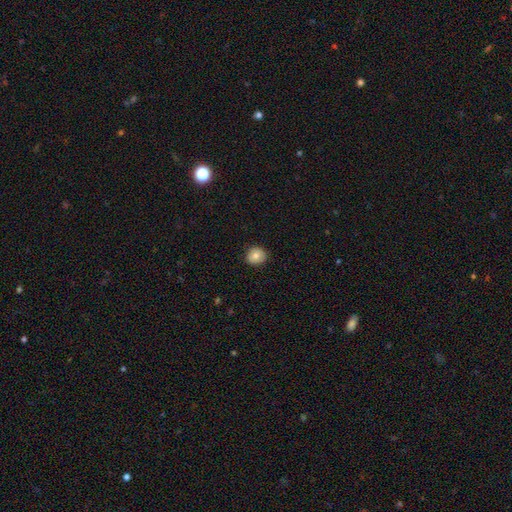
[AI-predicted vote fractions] This is likely a smooth galaxy (78%). How rounded: clearly round (85%). Merging: clearly none (89%).